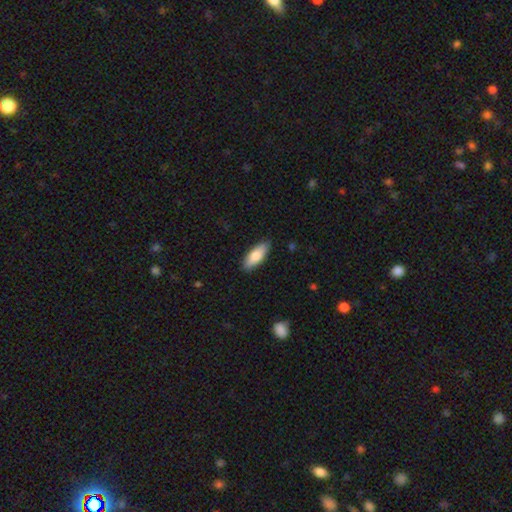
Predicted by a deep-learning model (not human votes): smooth-or-featured: smooth: 79% | featured or disk: 15% | star or artifact: 6%
  how-rounded: in between: 73% | cigar-shaped: 25% | round: 2%
  merging: none: 87% | minor disturbance: 11% | major disturbance: 2% | merger: 1%